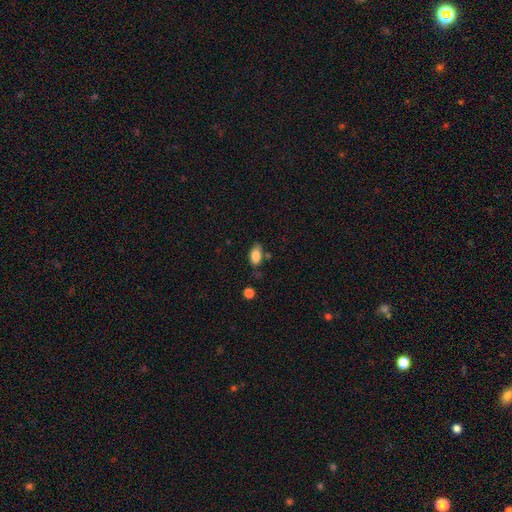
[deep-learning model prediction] The model was most divided on "merging": none: 66%, minor disturbance: 23%, merger: 7%, major disturbance: 5%. More confident: how rounded — in between (91%); smooth or featured — smooth (83%).